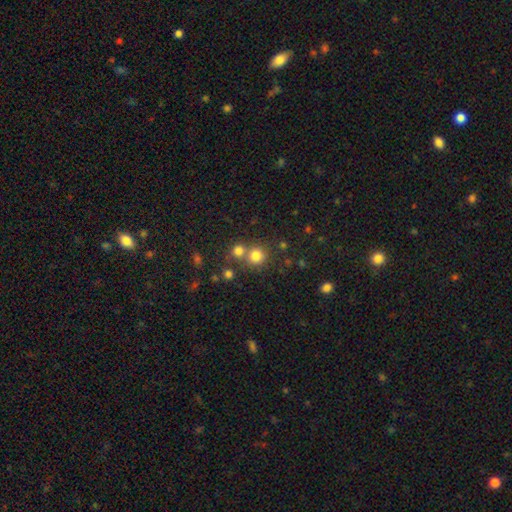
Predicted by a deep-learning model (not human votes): smooth-or-featured: smooth: 78% | star or artifact: 15% | featured or disk: 7%
  how-rounded: round: 90% | in between: 9% | cigar-shaped: 1%
  merging: none: 61% | merger: 29% | minor disturbance: 7% | major disturbance: 3%